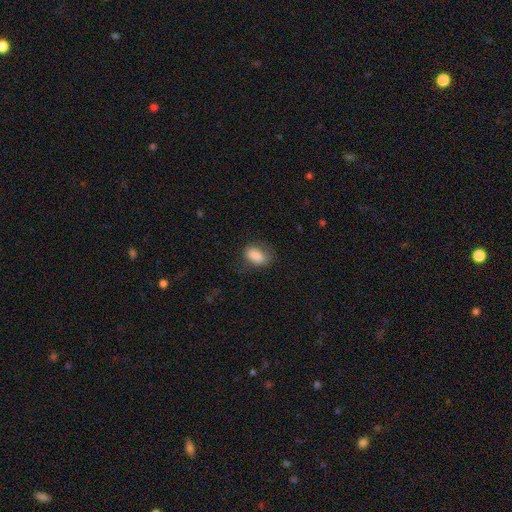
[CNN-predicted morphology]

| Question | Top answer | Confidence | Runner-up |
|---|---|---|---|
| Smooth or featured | smooth | 86% | star or artifact (8%) |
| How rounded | in between | 89% | round (9%) |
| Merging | none | 70% | minor disturbance (21%) |